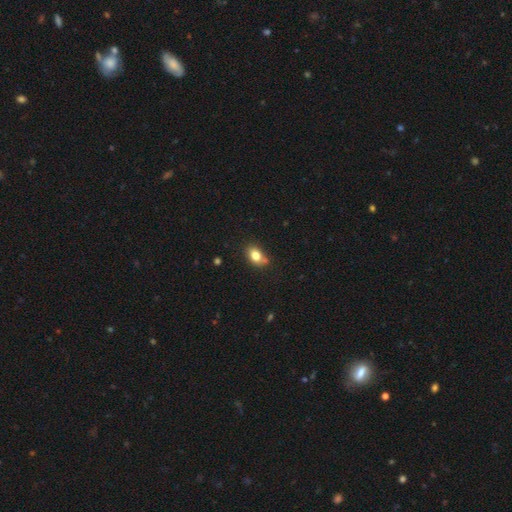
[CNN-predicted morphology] type=smooth (80%); roundness=in between (77%); merging=none (65%).